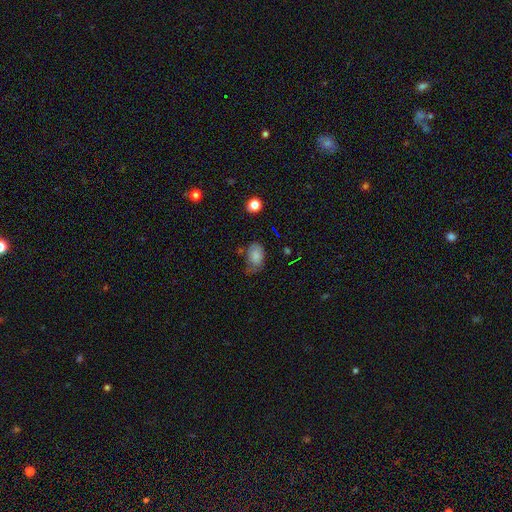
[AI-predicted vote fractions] smooth_or_featured: smooth (p=0.77) [alt: featured or disk p=0.13]
how_rounded: in between (p=0.81) [alt: round p=0.18]
merging: none (p=0.39) [alt: minor disturbance p=0.37]